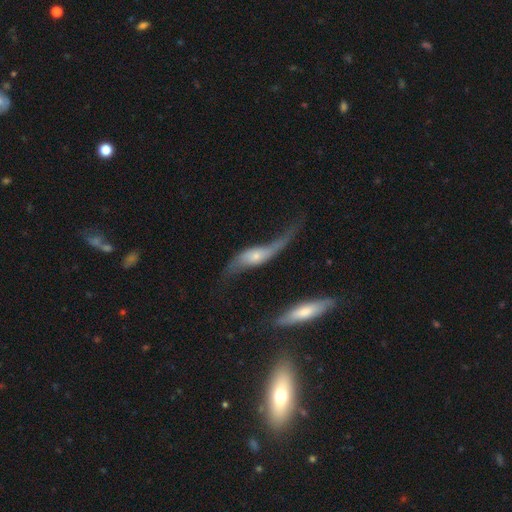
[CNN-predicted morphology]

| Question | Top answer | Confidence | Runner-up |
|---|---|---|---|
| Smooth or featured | featured or disk | 70% | smooth (23%) |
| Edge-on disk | no | 75% | yes (25%) |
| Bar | no | 64% | weak (26%) |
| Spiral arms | yes | 82% | no (18%) |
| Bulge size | small | 55% | moderate (32%) |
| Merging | major disturbance | 34% | none (33%) |